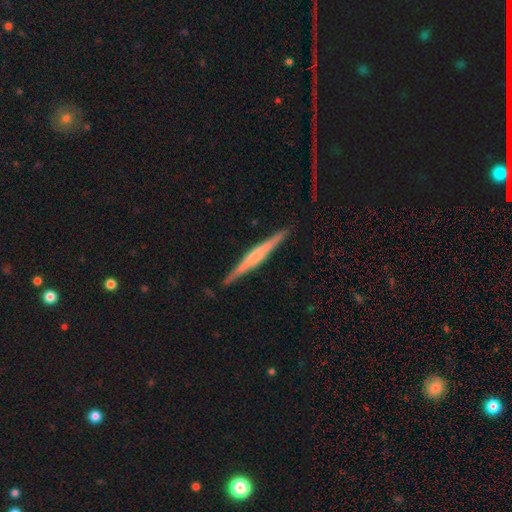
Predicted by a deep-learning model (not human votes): Morphology: type=featured or disk (70%); edge-on=yes (98%); edge-on bulge=rounded (51%); merging=none (90%).